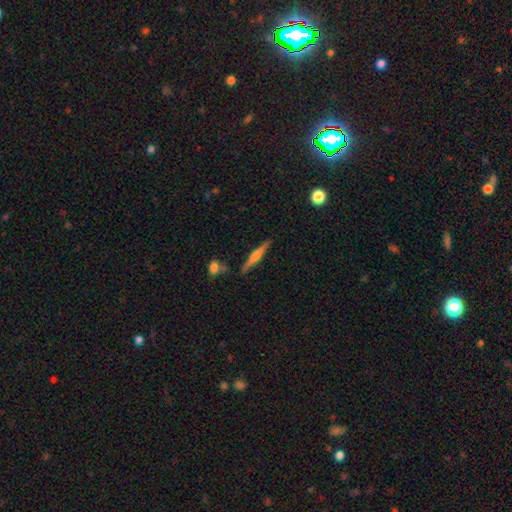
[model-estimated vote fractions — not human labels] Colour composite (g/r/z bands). It shows a featured or disk galaxy (56%) viewed edge-on (97%) with a rounded central bulge (71%). Merging: none (83%).